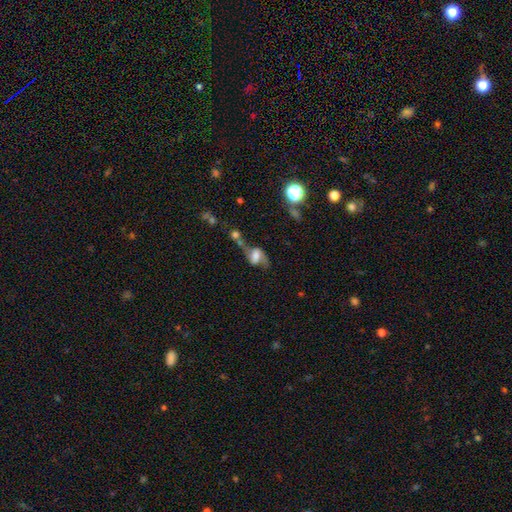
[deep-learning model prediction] featured or disk 66%, smooth 23%, star or artifact 11%. Down the decision tree: edge-on disk — no (94%); bar — weak (45%); spiral arms — yes (87%); spiral arm count — 2 (86%); spiral winding — loose (73%); bulge size — moderate (35%); merging — none (37%).